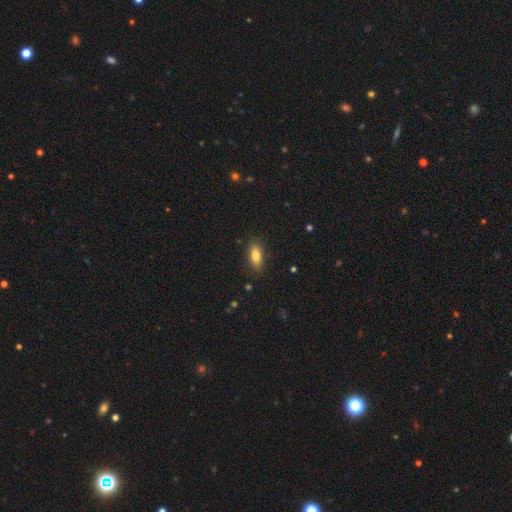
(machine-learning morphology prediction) A smooth galaxy with no disk features (80%) that is in between round and cigar-shaped (83%).

Vote fractions:
- Smooth or featured? smooth: 80% / featured or disk: 13% / star or artifact: 8%
- How rounded? in between: 83% / cigar-shaped: 14% / round: 4%
- Merging? none: 85% / minor disturbance: 11% / major disturbance: 2% / merger: 1%